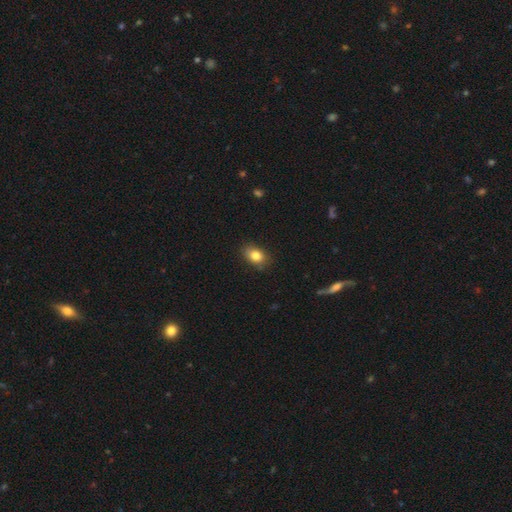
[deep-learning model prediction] The model was most divided on "how rounded": in between: 76%, round: 23%, cigar-shaped: 1%. More confident: smooth or featured — smooth (82%); merging — none (81%).